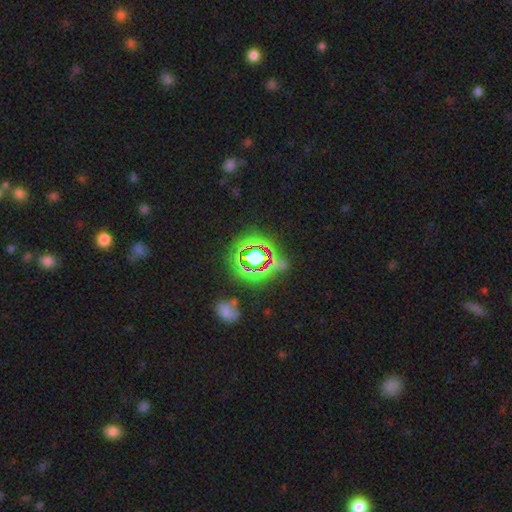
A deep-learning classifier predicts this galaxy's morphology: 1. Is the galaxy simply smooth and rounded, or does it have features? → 76% star or artifact, 17% smooth, 8% featured or disk.